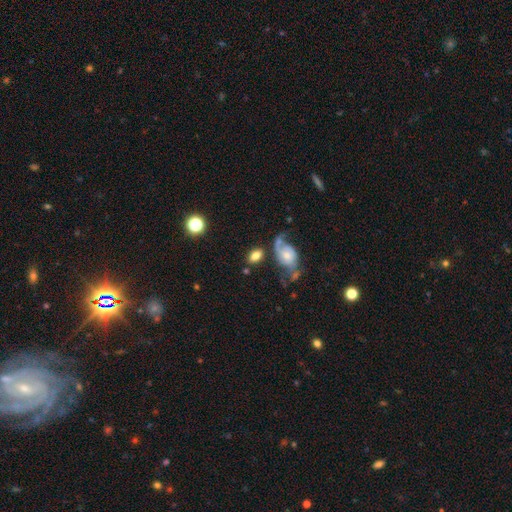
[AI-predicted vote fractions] This is likely a smooth galaxy (70%). How rounded: clearly in between (84%). Merging: possibly none (56%).